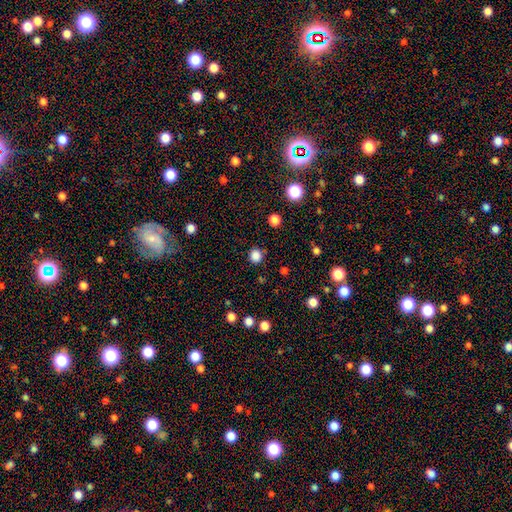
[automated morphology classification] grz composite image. It shows a smooth galaxy with no disk features (83%) that is round (91%). Merging: none (88%).